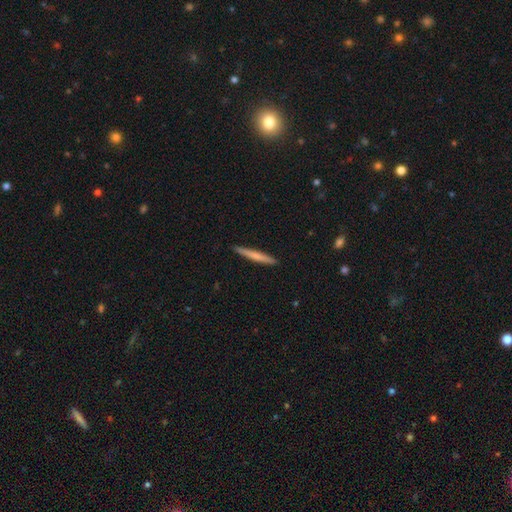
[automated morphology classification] Smooth or featured? smooth (62%)
How rounded? cigar-shaped (97%)
Merging? none (91%)